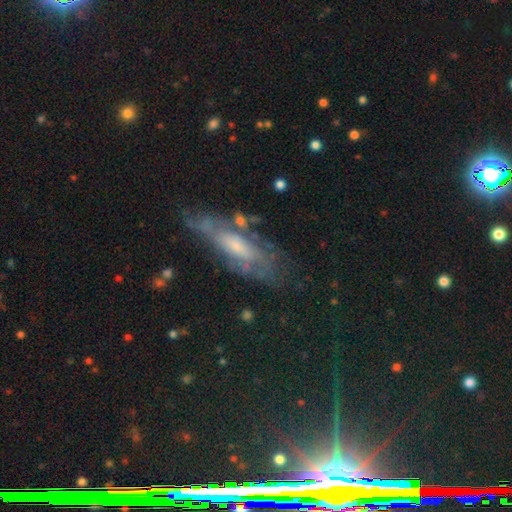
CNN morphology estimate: smooth_or_featured: featured or disk (p=0.60) [alt: smooth p=0.32]
disk_edge_on: no (p=0.70) [alt: yes p=0.30]
merging: none (p=0.59) [alt: minor disturbance p=0.23]